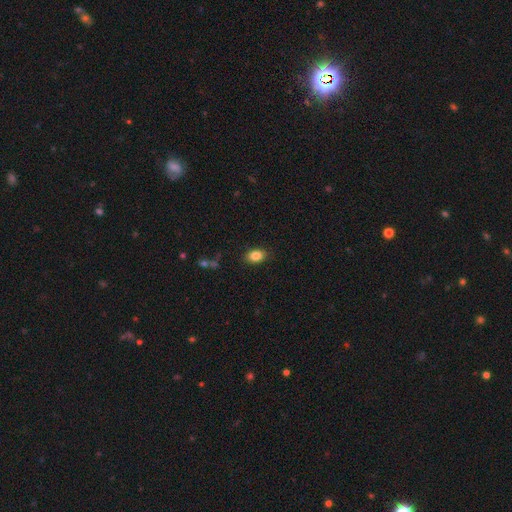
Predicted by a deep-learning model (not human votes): A smooth galaxy with no disk features (85%) that is in between round and cigar-shaped (83%).

Vote fractions:
- Smooth or featured? smooth: 85% / star or artifact: 9% / featured or disk: 6%
- How rounded? in between: 83% / round: 16% / cigar-shaped: 2%
- Merging? none: 86% / minor disturbance: 10% / major disturbance: 3% / merger: 1%